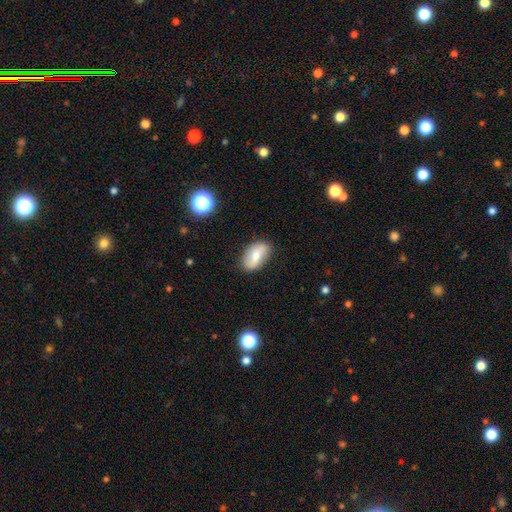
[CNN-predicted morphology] smooth_or_featured: smooth (p=0.59) [alt: featured or disk p=0.34]
how_rounded: in between (p=0.91) [alt: round p=0.05]
merging: none (p=0.83) [alt: minor disturbance p=0.13]